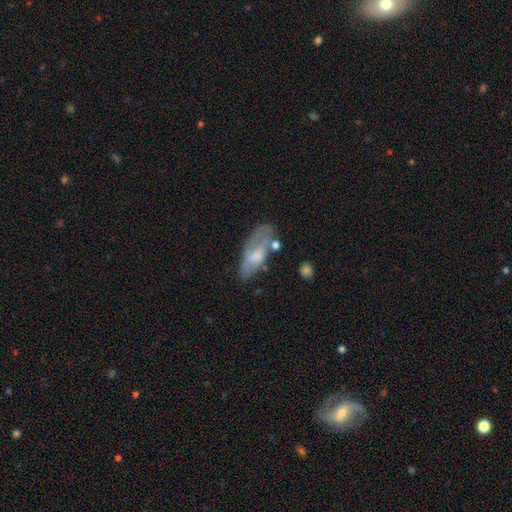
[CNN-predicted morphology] A smooth galaxy with no disk features (52%) that is in between round and cigar-shaped (78%). Merging: none (44%).